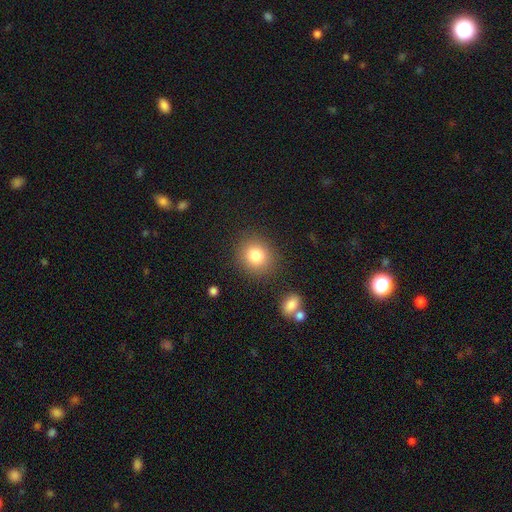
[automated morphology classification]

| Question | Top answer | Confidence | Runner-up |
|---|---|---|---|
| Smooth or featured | smooth | 82% | star or artifact (11%) |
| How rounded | round | 81% | in between (18%) |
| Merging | none | 86% | minor disturbance (8%) |